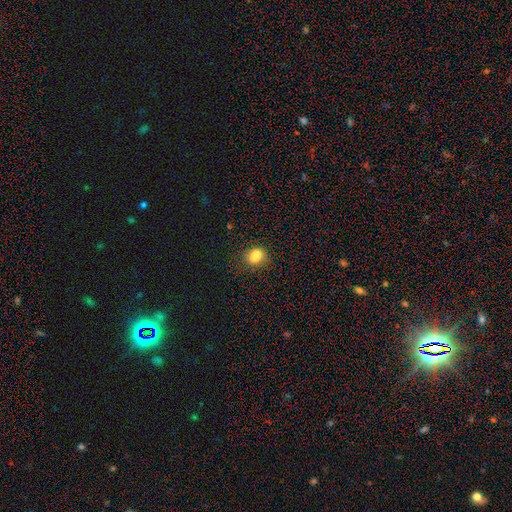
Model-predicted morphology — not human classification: type=smooth (78%); roundness=round (53%); merging=none (63%).